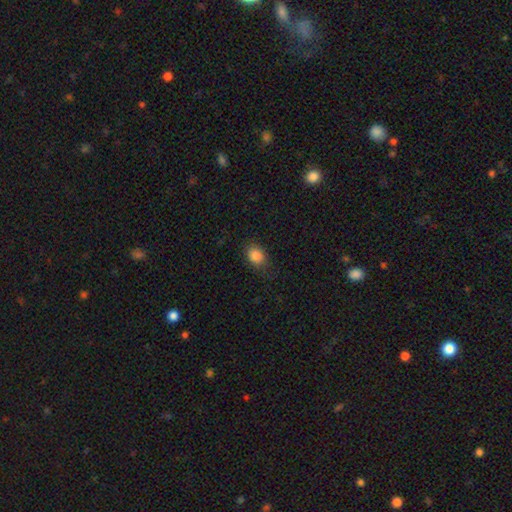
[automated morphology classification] This appears to be a smooth galaxy with no disk features (86%) that is in between round and cigar-shaped (57%). Merging: none (75%).